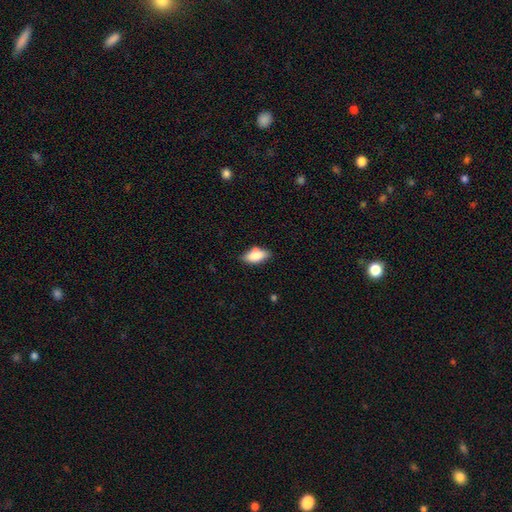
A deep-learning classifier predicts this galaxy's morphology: smooth-or-featured: smooth: 80% | featured or disk: 13% | star or artifact: 7%
  how-rounded: in between: 85% | cigar-shaped: 11% | round: 3%
  merging: none: 69% | minor disturbance: 22% | merger: 5% | major disturbance: 4%